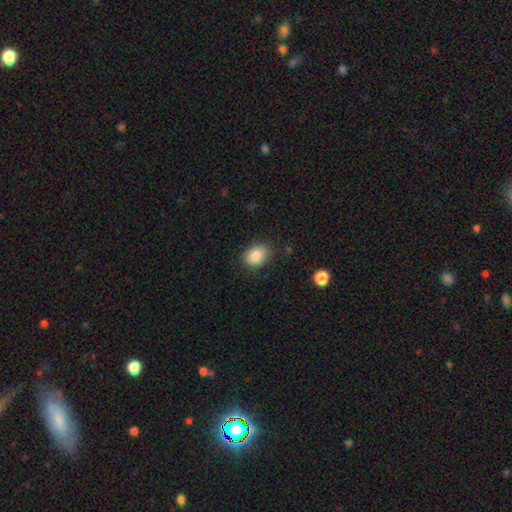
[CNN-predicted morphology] Smooth or featured? smooth (86%)
How rounded? in between (69%)
Merging? none (82%)